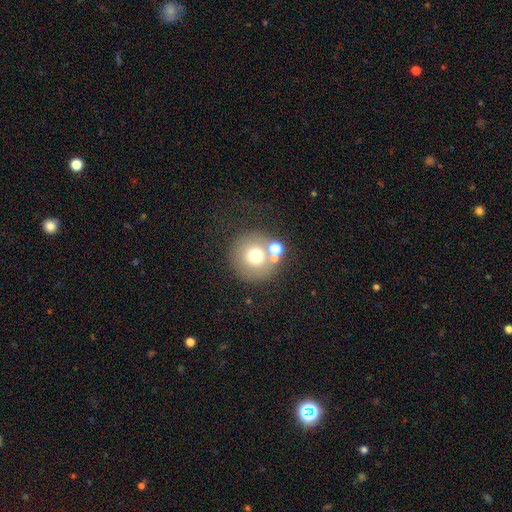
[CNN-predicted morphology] type=smooth (66%); roundness=round (95%); merging=none (68%).